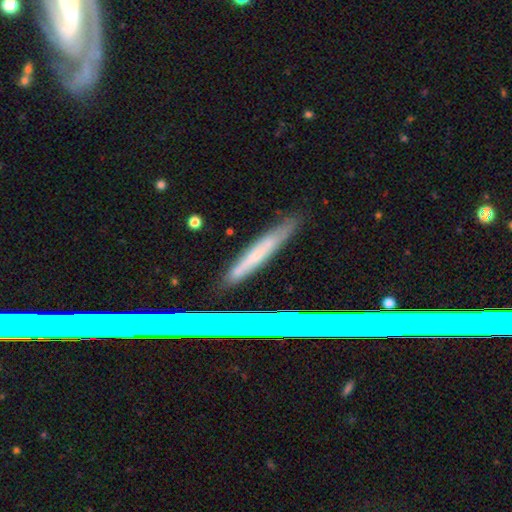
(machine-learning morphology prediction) Smooth or featured? smooth (51%)
How rounded? cigar-shaped (90%)
Merging? none (84%)